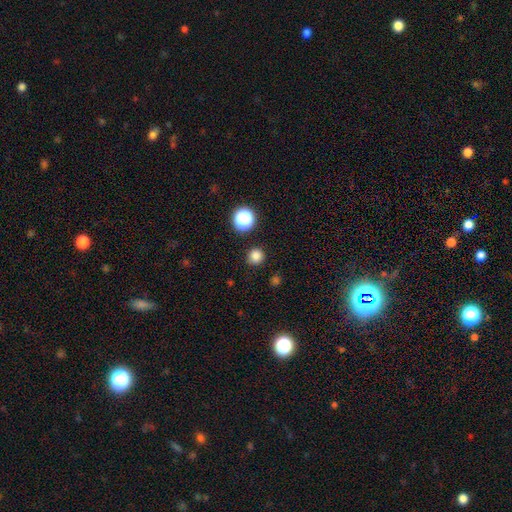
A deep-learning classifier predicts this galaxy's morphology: A smooth galaxy with no disk features (82%) that is round (94%). Merging: none (90%).